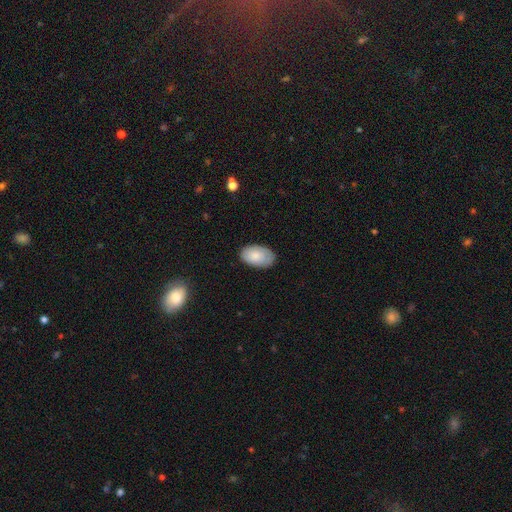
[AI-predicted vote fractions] Smooth or featured? smooth (81%)
How rounded? in between (94%)
Merging? none (82%)